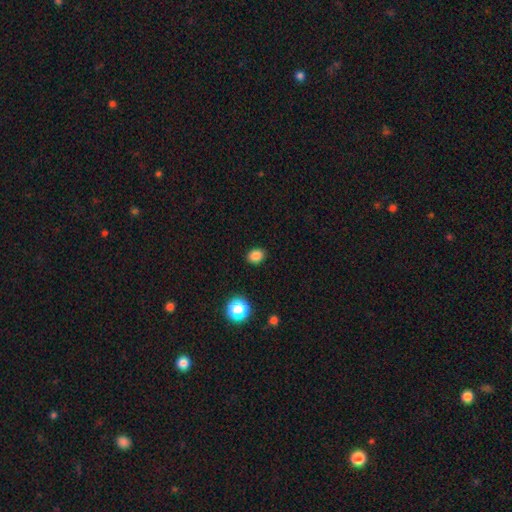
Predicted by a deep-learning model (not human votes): This is clearly a smooth galaxy (84%). How rounded: possibly round (58%). Merging: clearly none (89%).